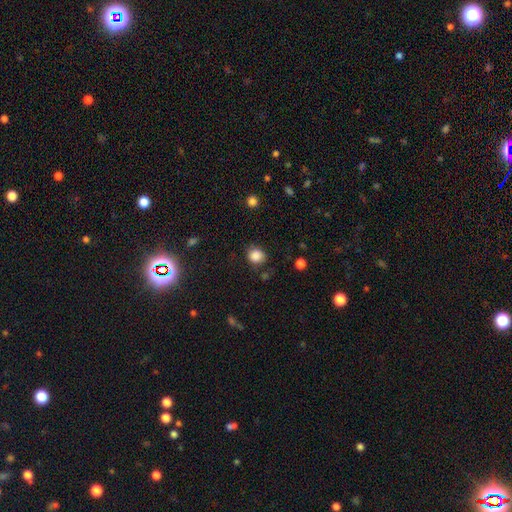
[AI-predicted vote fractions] This appears to be a smooth galaxy with no disk features (86%) that is round (75%). Merging: none (78%).